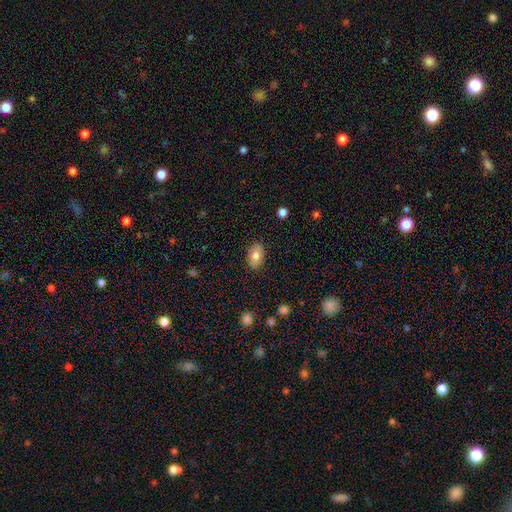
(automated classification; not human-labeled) The model was most divided on "smooth or featured": smooth: 81%, featured or disk: 12%, star or artifact: 8%. More confident: how rounded — in between (88%); merging — none (87%).